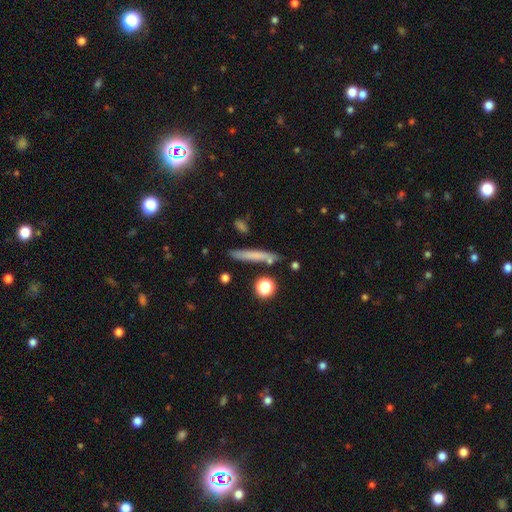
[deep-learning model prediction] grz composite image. It shows a smooth galaxy with no disk features (63%) that is cigar-shaped (90%). Merging: none (83%).